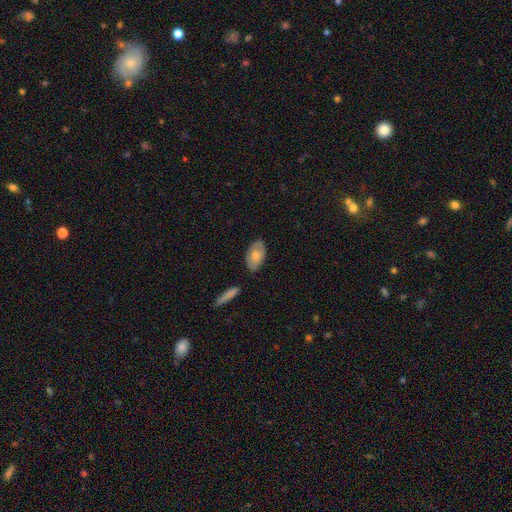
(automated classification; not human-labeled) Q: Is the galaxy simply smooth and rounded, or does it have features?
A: smooth — 70%.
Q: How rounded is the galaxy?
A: in between — 92%.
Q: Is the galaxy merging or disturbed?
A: none — 76%.